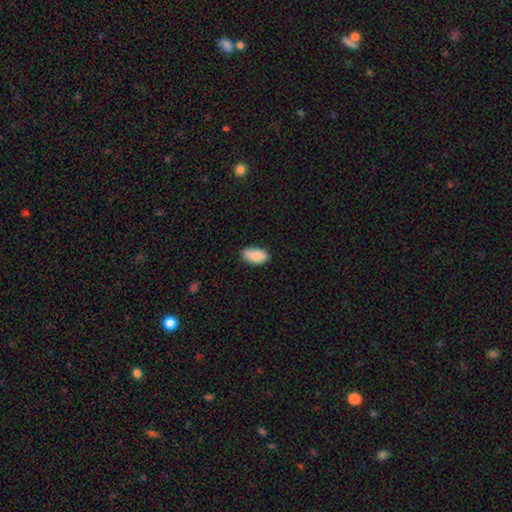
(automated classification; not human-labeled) A smooth galaxy with no disk features (86%) that is in between round and cigar-shaped (93%).

Vote fractions:
- Smooth or featured? smooth: 86% / featured or disk: 7% / star or artifact: 7%
- How rounded? in between: 93% / round: 4% / cigar-shaped: 3%
- Merging? none: 72% / minor disturbance: 23% / major disturbance: 3% / merger: 2%